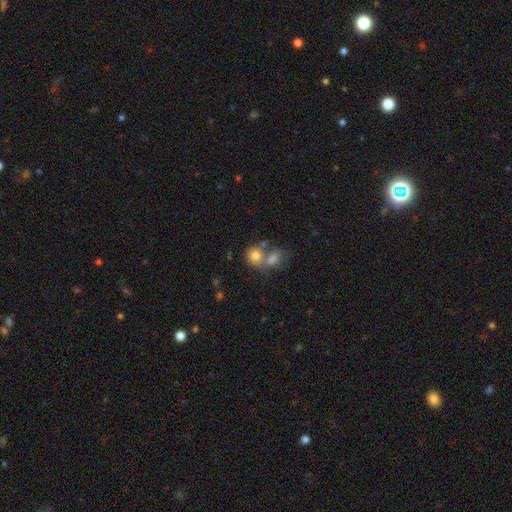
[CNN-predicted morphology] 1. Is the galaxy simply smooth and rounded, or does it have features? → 78% smooth, 11% featured or disk, 11% star or artifact.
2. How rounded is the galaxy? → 71% round, 28% in between, 1% cigar-shaped.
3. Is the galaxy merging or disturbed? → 46% merger, 40% none, 10% minor disturbance, 4% major disturbance.